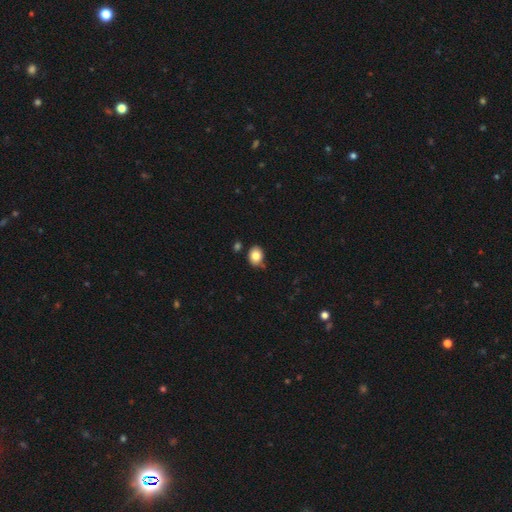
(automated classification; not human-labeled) Q: Smooth or featured?
A: smooth (83%); runner-up: star or artifact (9%)
Q: How rounded?
A: in between (54%); runner-up: round (45%)
Q: Merging?
A: none (77%); runner-up: minor disturbance (15%)